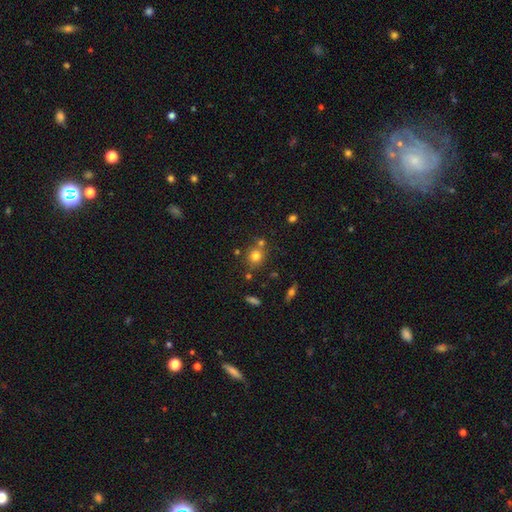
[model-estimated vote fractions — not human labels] A smooth galaxy with no disk features (75%) that is round (85%).

Vote fractions:
- Smooth or featured? smooth: 75% / star or artifact: 14% / featured or disk: 10%
- How rounded? round: 85% / in between: 14% / cigar-shaped: 1%
- Merging? none: 66% / merger: 20% / minor disturbance: 10% / major disturbance: 4%